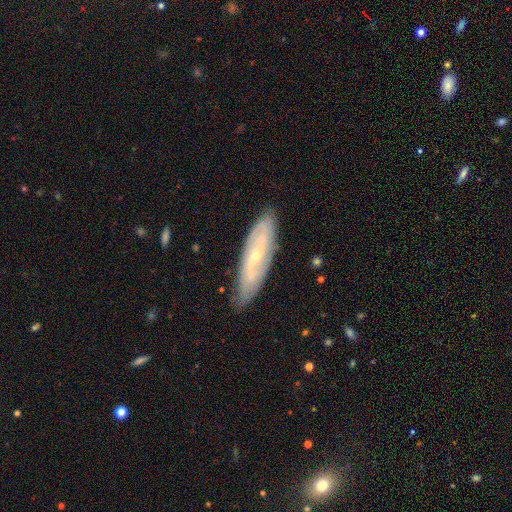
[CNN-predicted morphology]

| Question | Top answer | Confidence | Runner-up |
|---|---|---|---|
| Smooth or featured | featured or disk | 71% | smooth (22%) |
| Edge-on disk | no | 74% | yes (26%) |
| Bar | no | 46% | weak (38%) |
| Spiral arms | yes | 83% | no (17%) |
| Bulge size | small | 75% | moderate (21%) |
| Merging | none | 83% | minor disturbance (13%) |